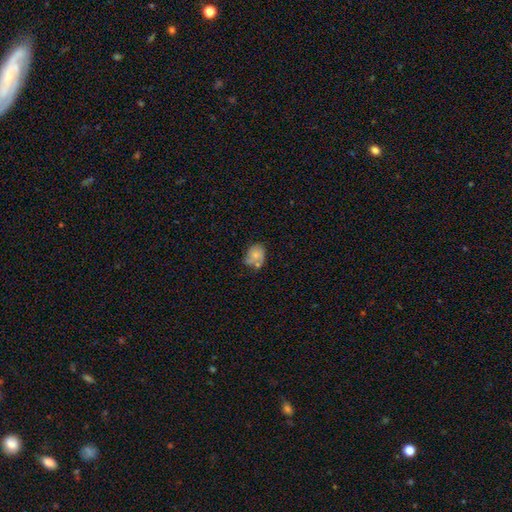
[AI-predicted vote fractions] The model was most divided on "how rounded": in between: 52%, round: 47%, cigar-shaped: 1%. Remaining: smooth or featured — smooth (65%); merging — none (41%).